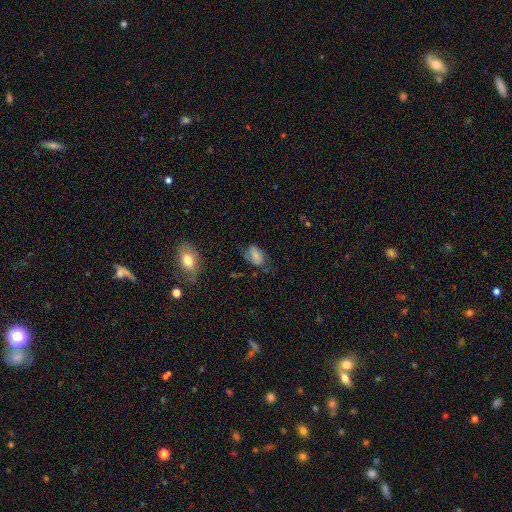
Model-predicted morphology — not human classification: Smooth or featured? Predicted: smooth (p=0.71). How rounded? Predicted: in between (p=0.89). Merging? Predicted: none (p=0.50).